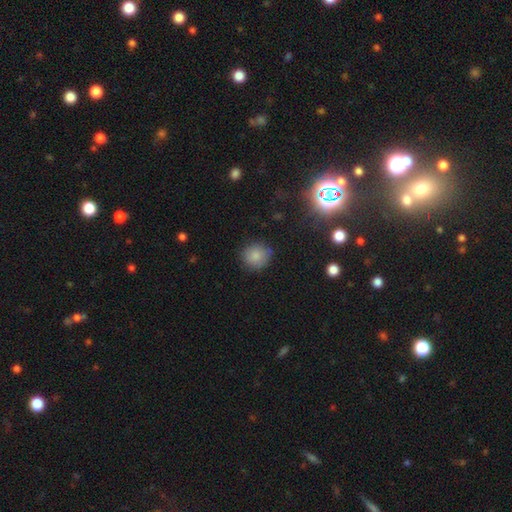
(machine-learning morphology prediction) The model was most divided on "merging": none: 80%, minor disturbance: 15%, major disturbance: 3%, merger: 2%. More confident: how rounded — round (88%); smooth or featured — smooth (83%).